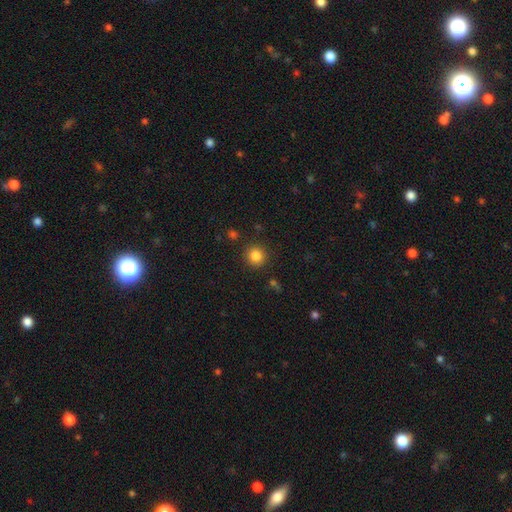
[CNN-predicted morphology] Smooth or featured? smooth (84%)
How rounded? round (92%)
Merging? none (89%)